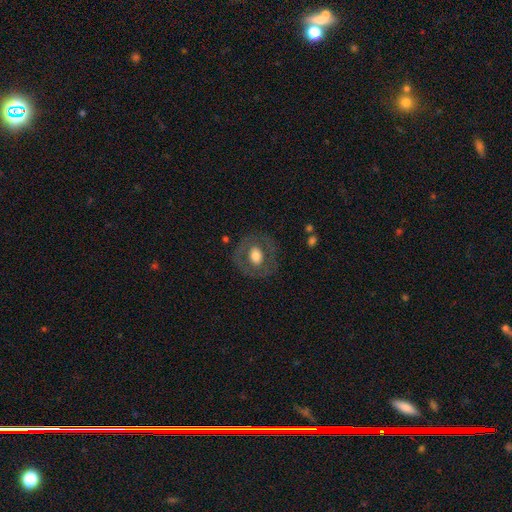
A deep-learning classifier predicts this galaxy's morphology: smooth-or-featured: smooth: 53% | featured or disk: 40% | star or artifact: 7%
  how-rounded: round: 63% | in between: 36% | cigar-shaped: 1%
  merging: none: 80% | minor disturbance: 12% | major disturbance: 7% | merger: 1%